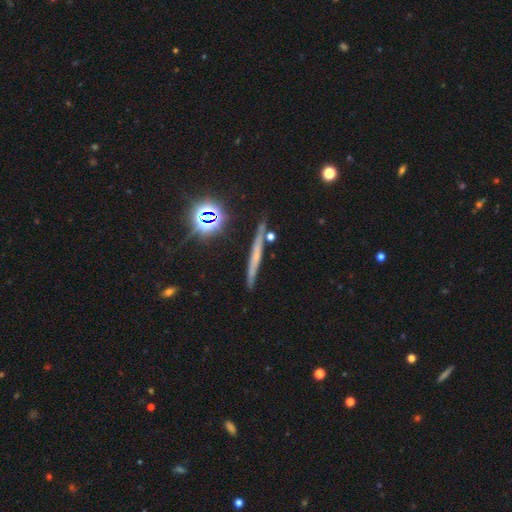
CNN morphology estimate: Smooth or featured?
  - featured or disk: 43% *
  - smooth: 35%
  - star or artifact: 23%
Merging?
  - none: 83% *
  - minor disturbance: 11%
  - merger: 4%
  - major disturbance: 3%